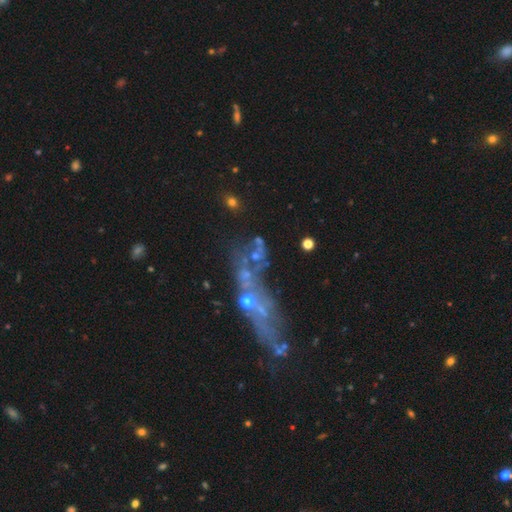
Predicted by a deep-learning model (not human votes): Smooth or featured?
  - featured or disk: 42% *
  - star or artifact: 31%
  - smooth: 27%
Merging?
  - none: 34% *
  - merger: 32%
  - major disturbance: 22%
  - minor disturbance: 12%